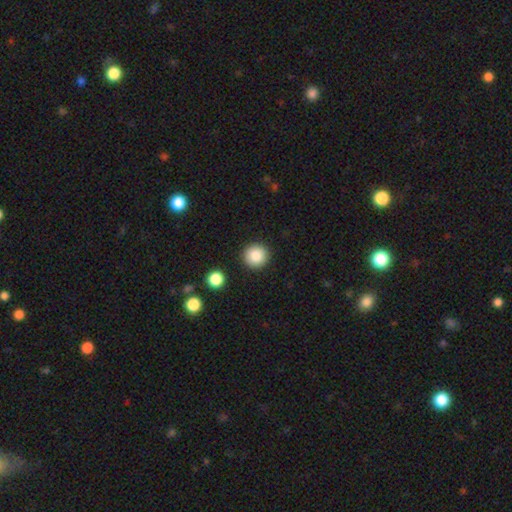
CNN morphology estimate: This is clearly a smooth galaxy (86%). How rounded: clearly round (94%). Merging: clearly none (90%).